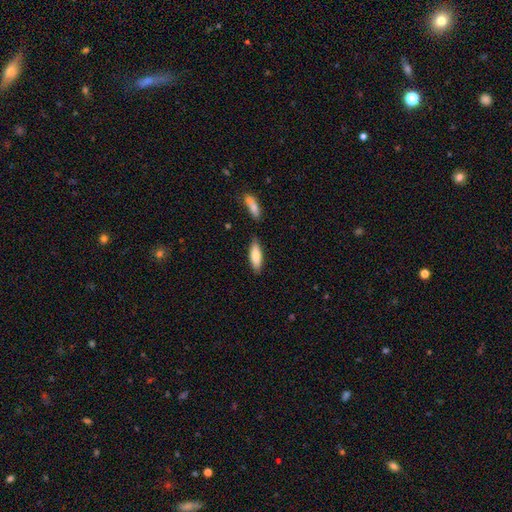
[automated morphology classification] Smooth or featured? Predicted: smooth (p=0.81). How rounded? Predicted: in between (p=0.58). Merging? Predicted: none (p=0.79).